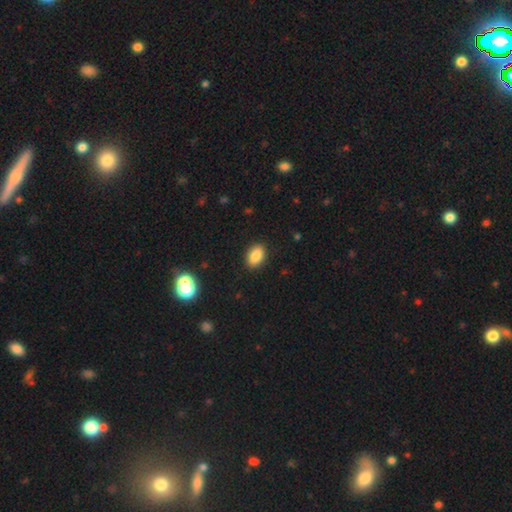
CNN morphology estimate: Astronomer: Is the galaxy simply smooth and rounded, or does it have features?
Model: smooth — 86%.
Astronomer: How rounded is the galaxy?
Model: in between — 86%.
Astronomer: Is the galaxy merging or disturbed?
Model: none — 90%.